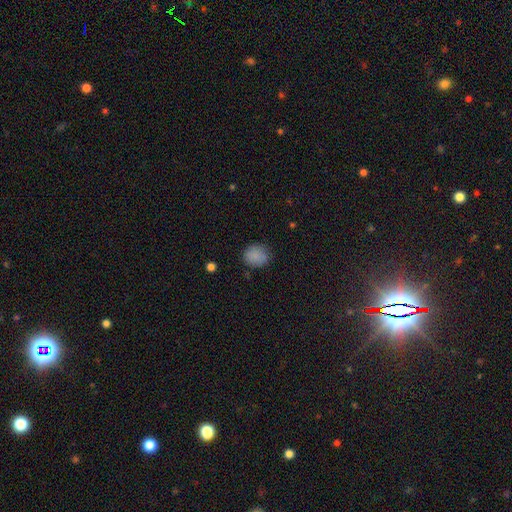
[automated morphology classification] This is clearly a smooth galaxy (85%). How rounded: likely round (70%). Merging: likely none (77%).